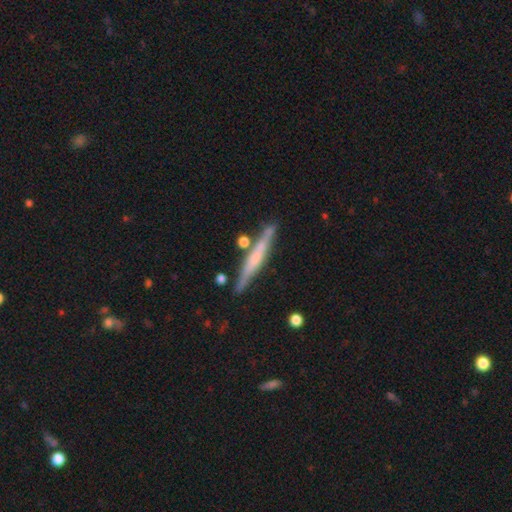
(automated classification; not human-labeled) Smooth or featured: featured or disk — 59% (smooth — 35%)
Edge-on disk: yes — 96% (no — 4%)
Edge-on bulge: none — 46% (rounded — 35%)
Merging: none — 81% (minor disturbance — 11%)